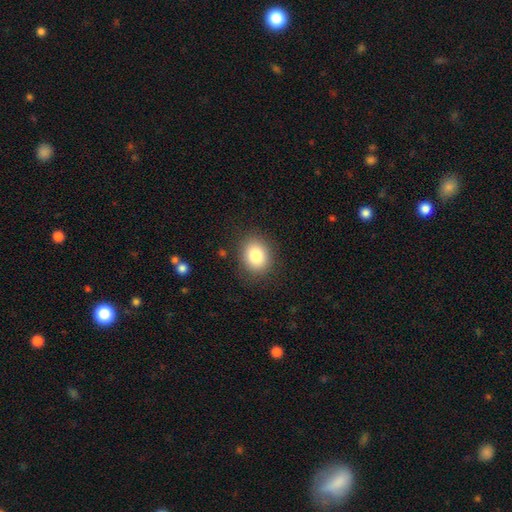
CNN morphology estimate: Overall: smooth (83%). How rounded: round (50%; in between 49%). Merging: none (86%).